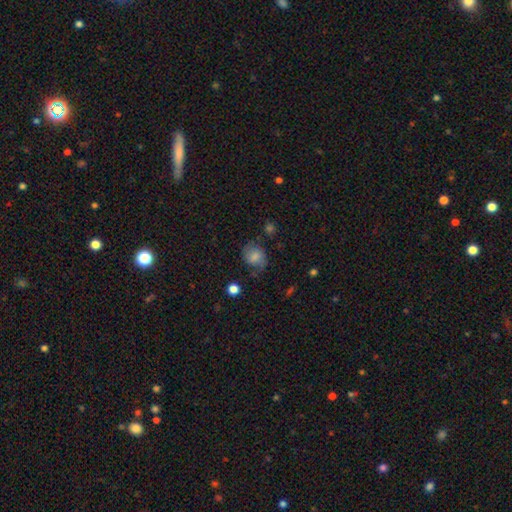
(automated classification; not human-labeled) smooth-or-featured: featured or disk: 42% (tied) | smooth: 42% (tied) | star or artifact: 16%
  merging: none: 70% | minor disturbance: 19% | major disturbance: 9% | merger: 3%